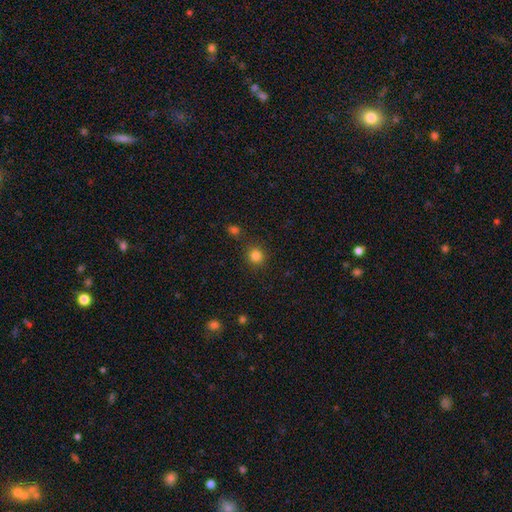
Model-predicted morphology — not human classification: Overall: smooth (83%). How rounded: round (92%). Merging: none (88%).